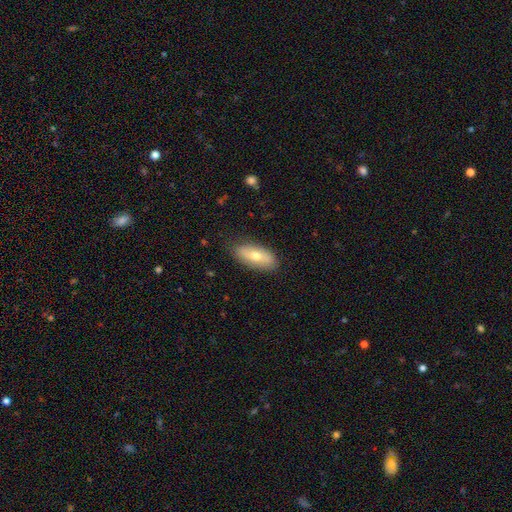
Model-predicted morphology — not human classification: This appears to be a smooth galaxy with no disk features (65%) that is in between round and cigar-shaped (81%). Merging: none (84%).